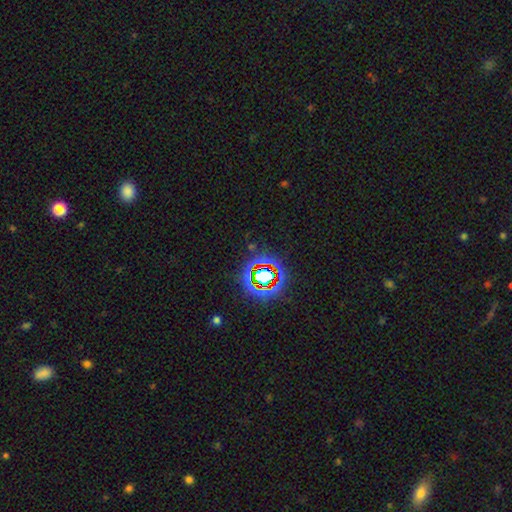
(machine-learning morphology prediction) Smooth or featured: star or artifact — 72% (smooth — 14%)